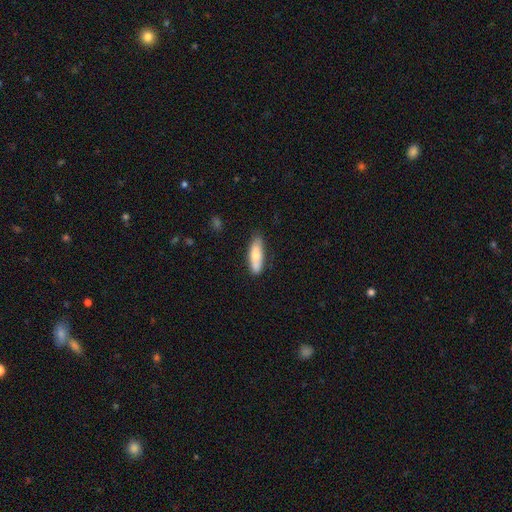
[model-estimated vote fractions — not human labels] Morphology: type=smooth (71%); roundness=in between (52%); merging=none (75%).